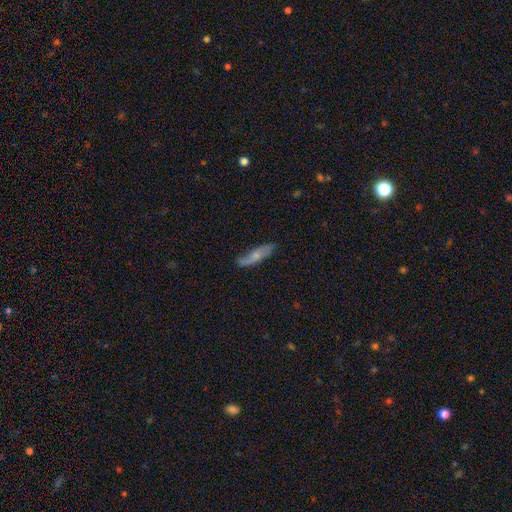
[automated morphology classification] This is possibly a smooth galaxy (51%). How rounded: likely cigar-shaped (65%). Merging: likely none (73%).